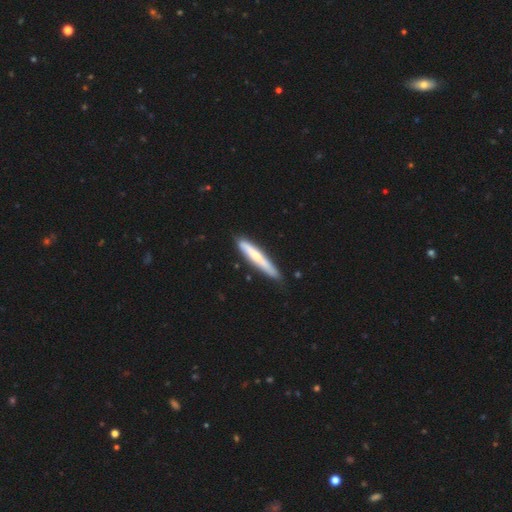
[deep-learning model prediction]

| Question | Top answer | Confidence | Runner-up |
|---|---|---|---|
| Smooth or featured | smooth | 55% | featured or disk (40%) |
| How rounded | cigar-shaped | 93% | in between (6%) |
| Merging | none | 83% | minor disturbance (13%) |